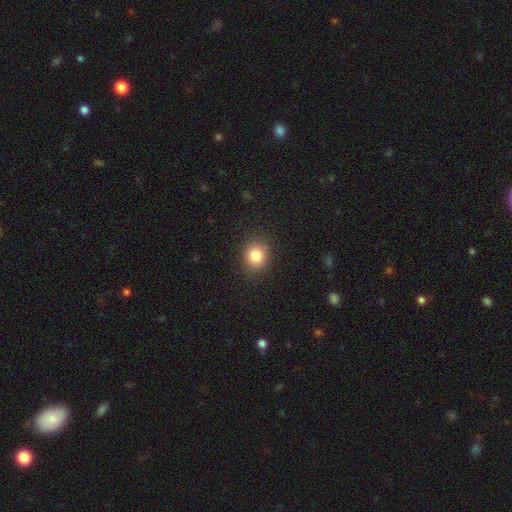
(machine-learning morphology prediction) This appears to be a smooth galaxy with no disk features (83%) that is round (72%). Merging: none (87%).